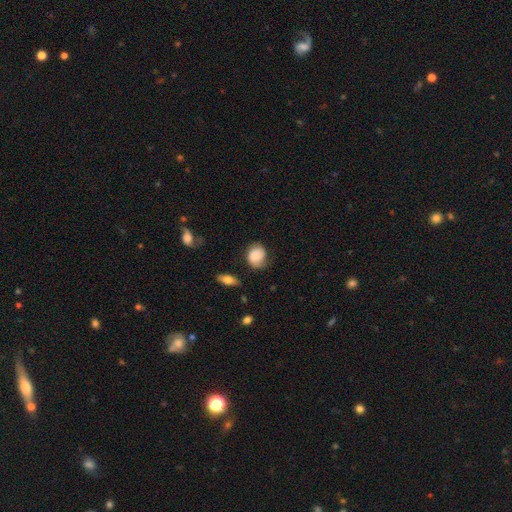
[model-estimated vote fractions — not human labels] Smooth or featured: smooth — 75% (featured or disk — 17%)
How rounded: round — 67% (in between — 32%)
Merging: none — 59% (minor disturbance — 29%)